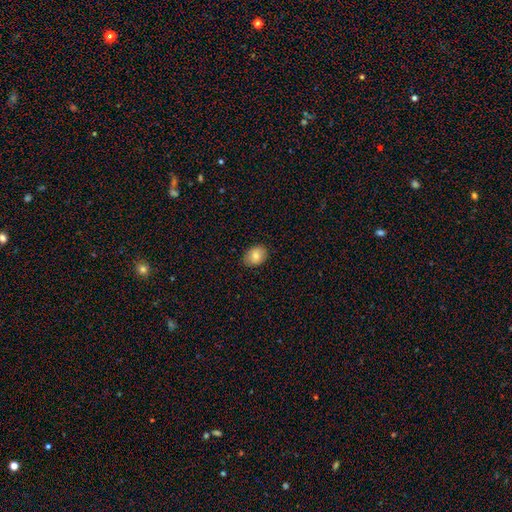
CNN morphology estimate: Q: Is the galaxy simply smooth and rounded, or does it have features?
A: smooth — 80%.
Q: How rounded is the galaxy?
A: in between — 68%.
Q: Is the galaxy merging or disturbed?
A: none — 86%.